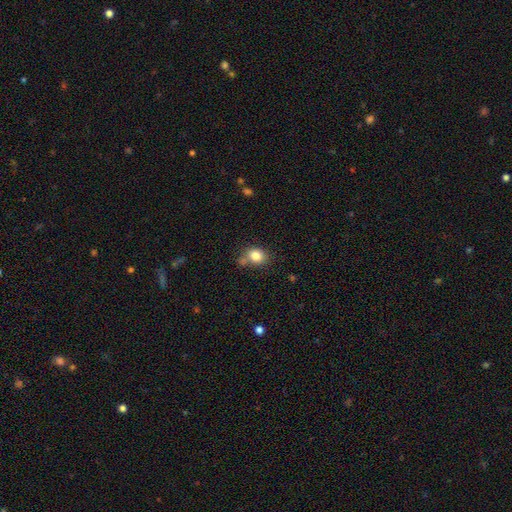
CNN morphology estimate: This appears to be a smooth galaxy with no disk features (82%) that is round (56%). Merging: none (61%).